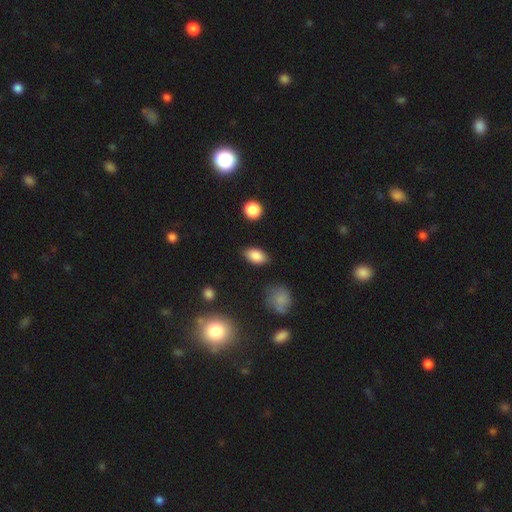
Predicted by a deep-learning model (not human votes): This is clearly a smooth galaxy (87%). How rounded: clearly in between (91%). Merging: clearly none (86%).